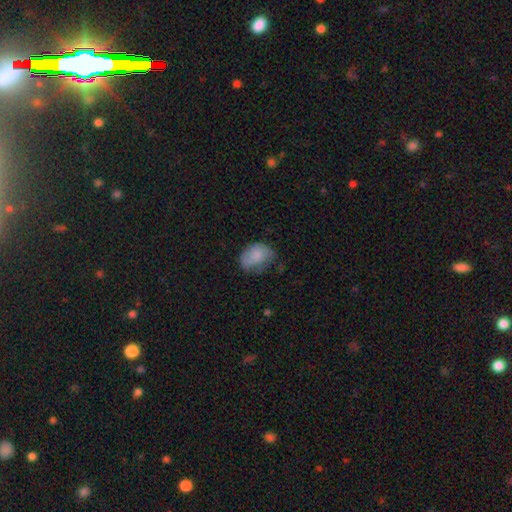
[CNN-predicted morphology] This appears to be a smooth galaxy with no disk features (75%) that is in between round and cigar-shaped (73%). Merging: none (43%).